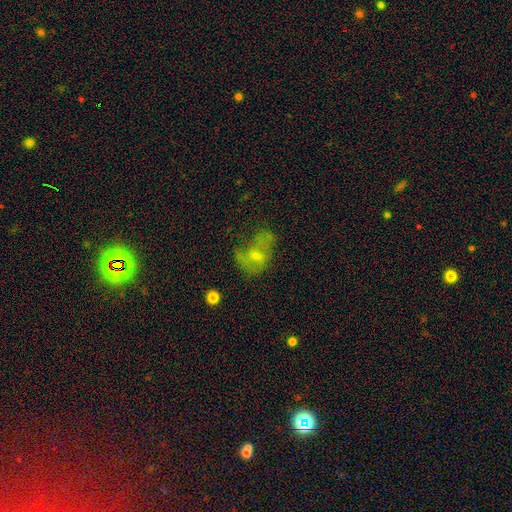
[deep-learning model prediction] This appears to be a featured or disk galaxy (42%). Merging: major disturbance (35%).